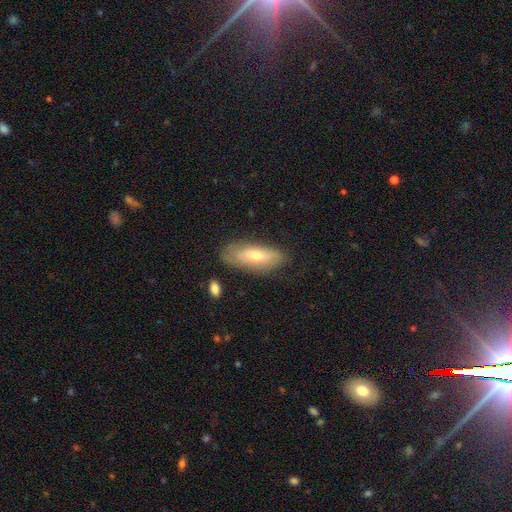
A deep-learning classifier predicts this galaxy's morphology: This is likely a smooth galaxy (61%). How rounded: likely in between (68%). Merging: likely none (76%).